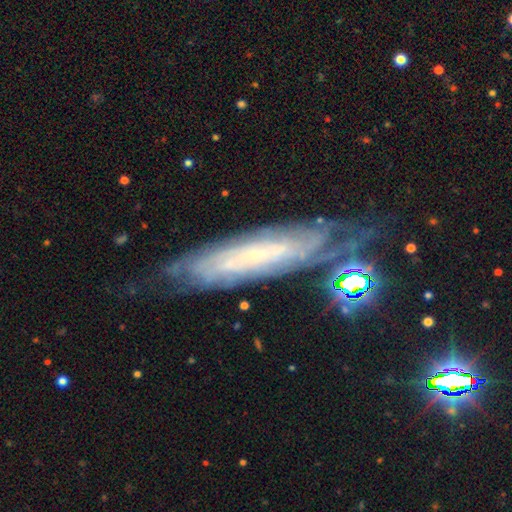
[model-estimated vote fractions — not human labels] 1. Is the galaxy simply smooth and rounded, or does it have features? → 70% featured or disk, 19% smooth, 11% star or artifact.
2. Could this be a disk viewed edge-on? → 65% no, 35% yes.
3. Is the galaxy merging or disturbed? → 70% none, 19% minor disturbance, 8% major disturbance, 3% merger.